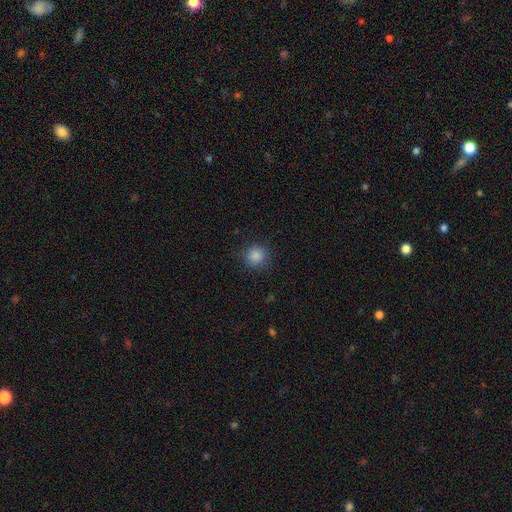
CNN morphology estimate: smooth_or_featured: smooth (p=0.85) [alt: star or artifact p=0.11]
how_rounded: round (p=0.92) [alt: in between p=0.07]
merging: none (p=0.87) [alt: minor disturbance p=0.09]